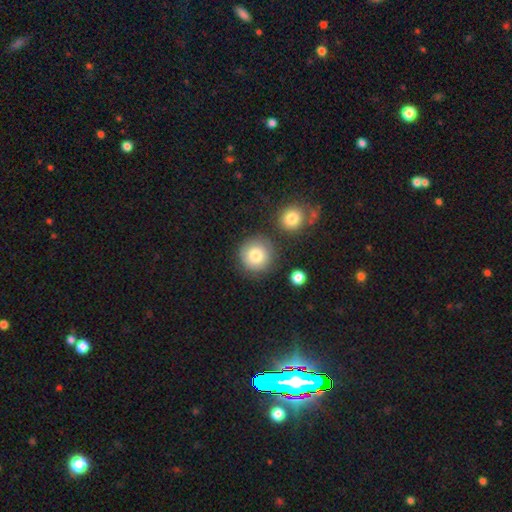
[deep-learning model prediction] Q: Smooth or featured?
A: smooth (81%); runner-up: featured or disk (11%)
Q: How rounded?
A: round (94%); runner-up: in between (5%)
Q: Merging?
A: none (79%); runner-up: minor disturbance (10%)